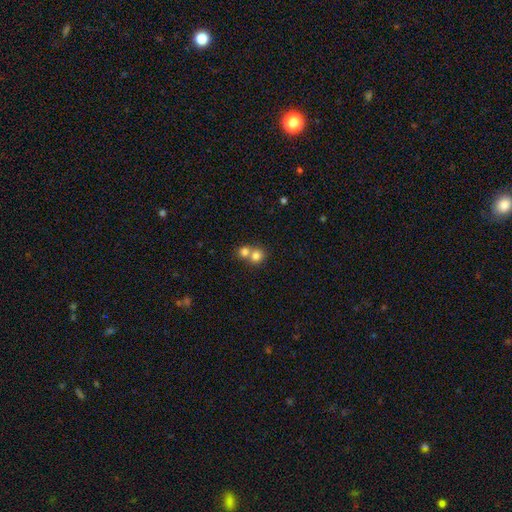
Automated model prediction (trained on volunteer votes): smooth 78%, featured or disk 11%, star or artifact 11%. Down the decision tree: how rounded — round (83%); merging — merger (57%).